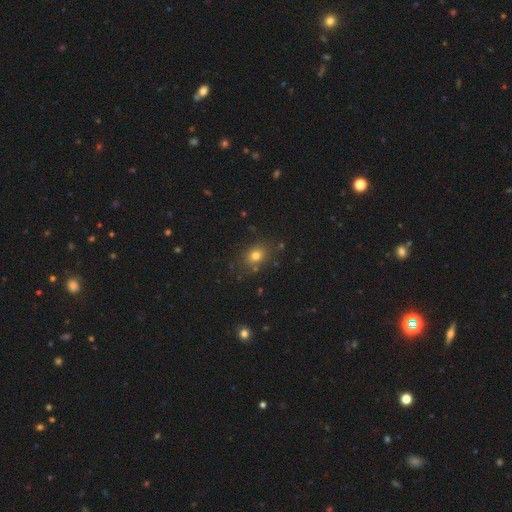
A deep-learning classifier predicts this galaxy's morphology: Smooth or featured? smooth (75%)
How rounded? in between (54%)
Merging? none (79%)